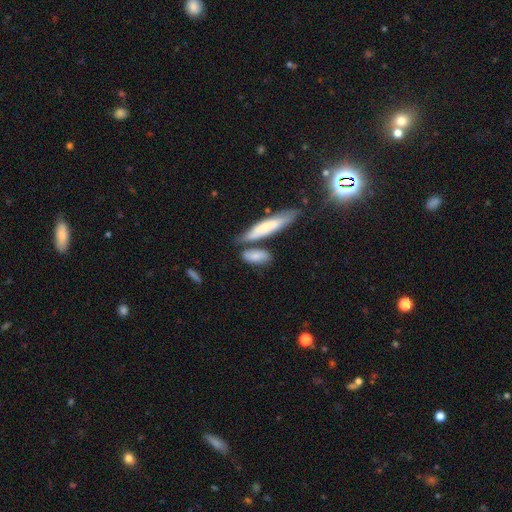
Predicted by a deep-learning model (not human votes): This appears to be a smooth galaxy with no disk features (76%) that is in between round and cigar-shaped (62%). Merging: none (53%).